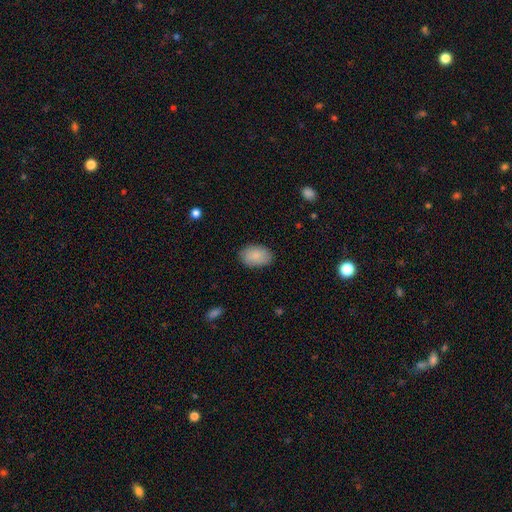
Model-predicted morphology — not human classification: Smooth or featured? Predicted: smooth (p=0.88). How rounded? Predicted: in between (p=0.89). Merging? Predicted: none (p=0.86).